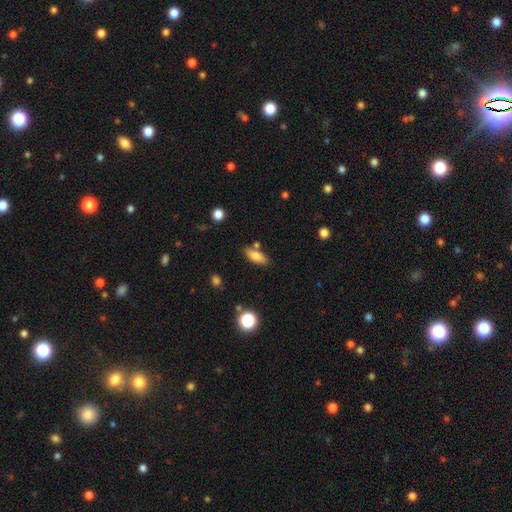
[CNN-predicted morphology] Q: Smooth or featured?
A: smooth (77%); runner-up: featured or disk (15%)
Q: How rounded?
A: in between (74%); runner-up: cigar-shaped (23%)
Q: Merging?
A: none (77%); runner-up: minor disturbance (12%)